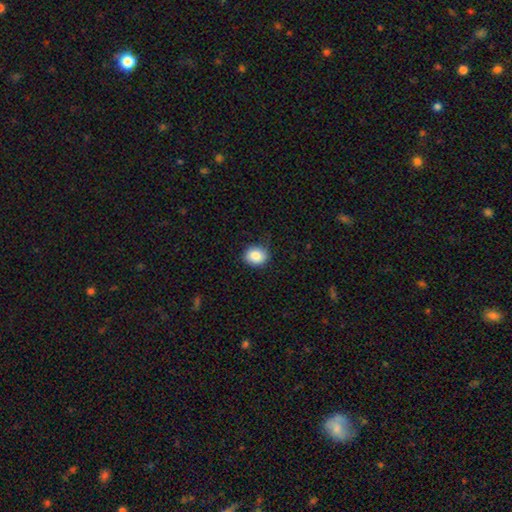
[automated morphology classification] Smooth or featured? smooth (86%)
How rounded? round (65%)
Merging? none (81%)